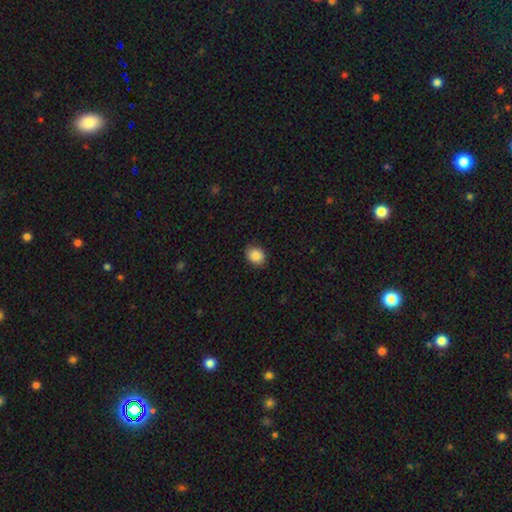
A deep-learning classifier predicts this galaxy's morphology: Smooth or featured? smooth (88%)
How rounded? round (55%)
Merging? none (86%)